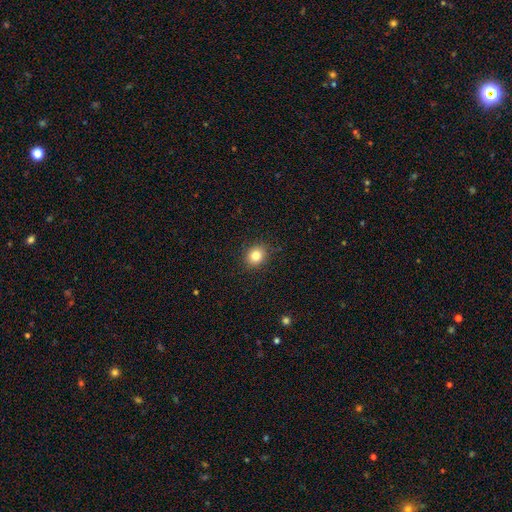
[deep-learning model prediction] smooth_or_featured: smooth (p=0.83) [alt: star or artifact p=0.11]
how_rounded: round (p=0.68) [alt: in between p=0.32]
merging: none (p=0.87) [alt: minor disturbance p=0.09]